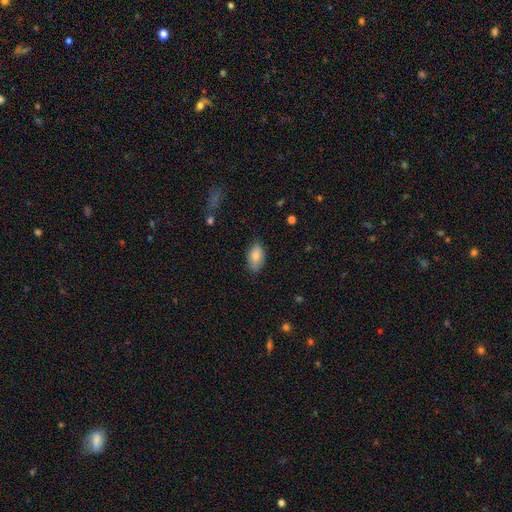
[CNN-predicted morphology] A smooth galaxy with no disk features (85%) that is in between round and cigar-shaped (93%). Merging: none (80%).